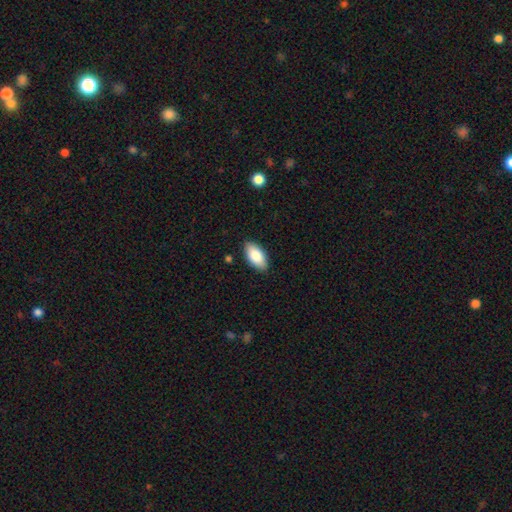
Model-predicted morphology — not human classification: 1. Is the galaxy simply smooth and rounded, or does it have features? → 85% smooth, 9% featured or disk, 6% star or artifact.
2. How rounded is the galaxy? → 94% in between, 4% cigar-shaped, 2% round.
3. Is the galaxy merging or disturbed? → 87% none, 10% minor disturbance, 2% major disturbance, 1% merger.